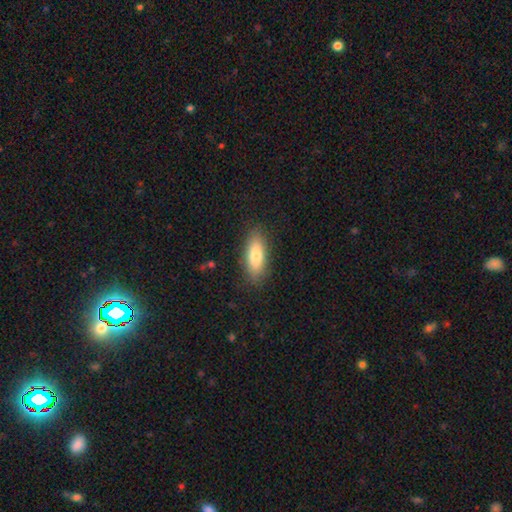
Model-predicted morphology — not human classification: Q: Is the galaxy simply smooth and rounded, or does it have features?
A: smooth — 77%.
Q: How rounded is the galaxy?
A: in between — 68%.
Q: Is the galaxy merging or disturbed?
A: none — 87%.